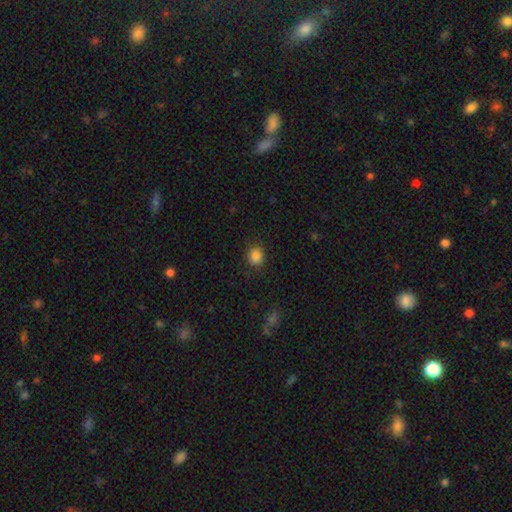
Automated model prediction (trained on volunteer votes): smooth 85%, star or artifact 11%, featured or disk 4%. Down the decision tree: how rounded — round (70%); merging — none (84%).